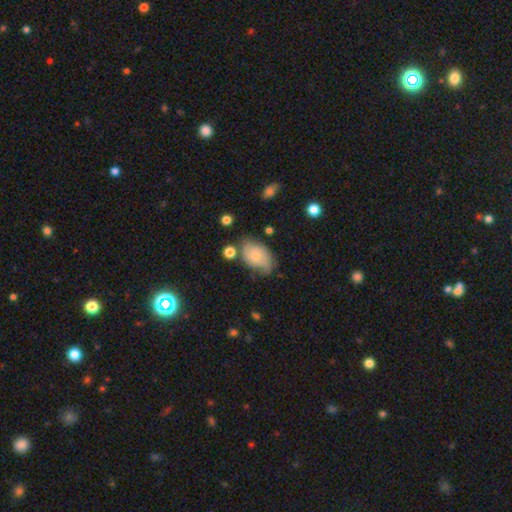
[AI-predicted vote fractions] smooth_or_featured: smooth (p=0.58) [alt: featured or disk p=0.35]
how_rounded: in between (p=0.85) [alt: round p=0.13]
merging: none (p=0.49) [alt: minor disturbance p=0.32]